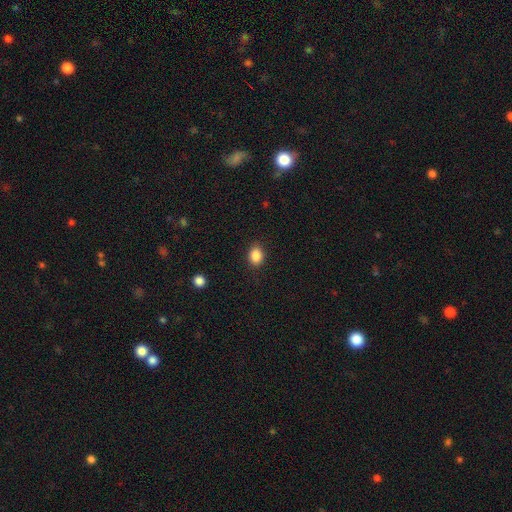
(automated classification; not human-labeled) smooth 87%, star or artifact 9%, featured or disk 3%. Down the decision tree: how rounded — in between (59%); merging — none (86%).